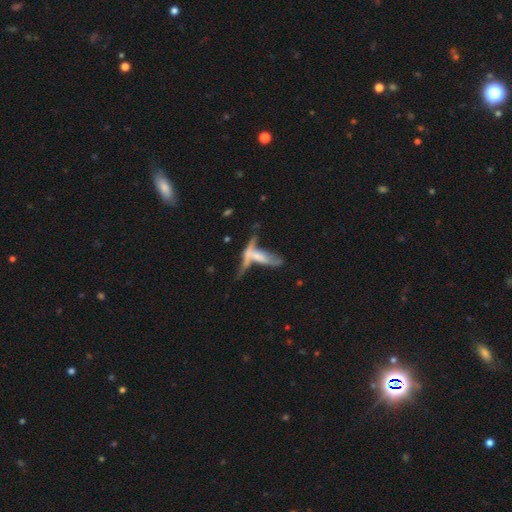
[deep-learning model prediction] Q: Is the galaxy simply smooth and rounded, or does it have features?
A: featured or disk — 48%.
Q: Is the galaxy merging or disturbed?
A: merger — 56%.